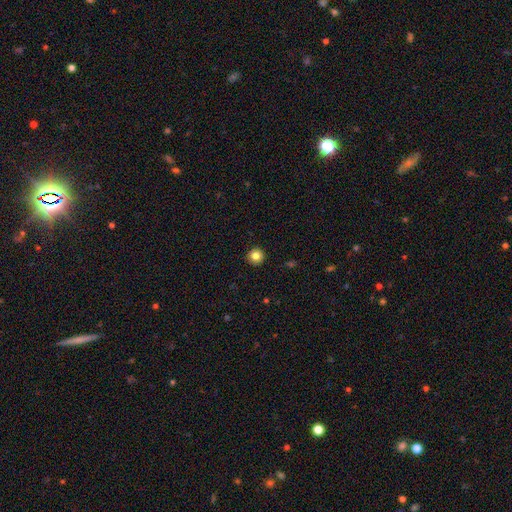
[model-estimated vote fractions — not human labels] smooth_or_featured: smooth (p=0.83) [alt: star or artifact p=0.11]
how_rounded: round (p=0.96) [alt: in between p=0.03]
merging: none (p=0.93) [alt: minor disturbance p=0.04]